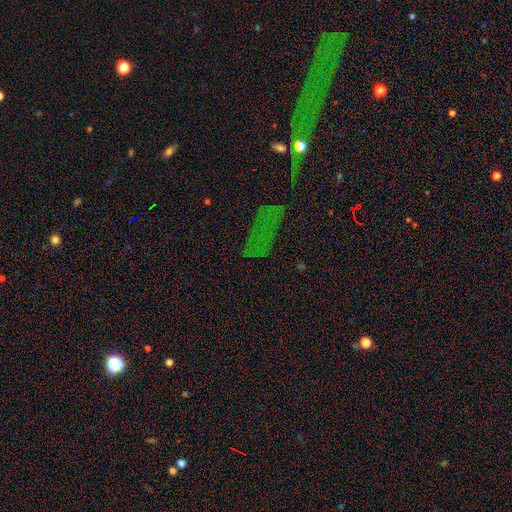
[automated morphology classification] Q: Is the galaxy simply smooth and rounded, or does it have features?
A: star or artifact — 67%.